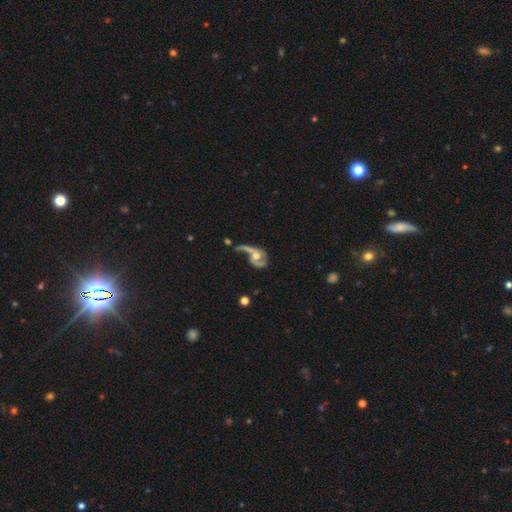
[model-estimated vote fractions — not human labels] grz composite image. It shows a featured or disk galaxy (78%) with no bar (65%), 2 (67%) loose (62%) spiral arms (87%) and a moderate central bulge (60%). Merging: major disturbance (41%).